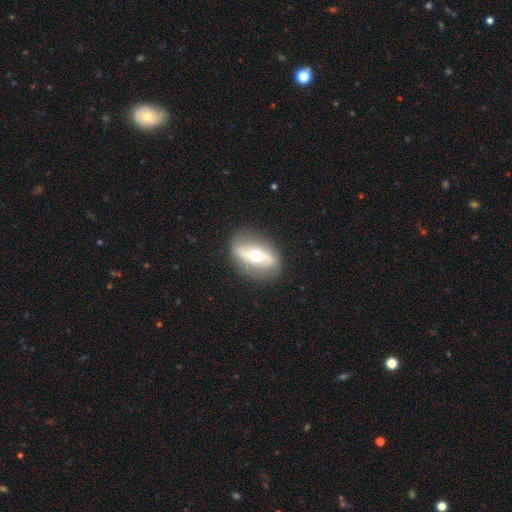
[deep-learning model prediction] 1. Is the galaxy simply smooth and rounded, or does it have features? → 68% featured or disk, 25% smooth, 6% star or artifact.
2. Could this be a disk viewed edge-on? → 80% no, 20% yes.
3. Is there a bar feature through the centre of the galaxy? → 57% strong, 23% weak, 20% no.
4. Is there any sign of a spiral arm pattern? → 52% no, 48% yes.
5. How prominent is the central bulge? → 72% moderate, 14% small, 11% large, 2% dominant, 1% none.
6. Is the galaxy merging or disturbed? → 84% none, 11% minor disturbance, 4% major disturbance, 1% merger.